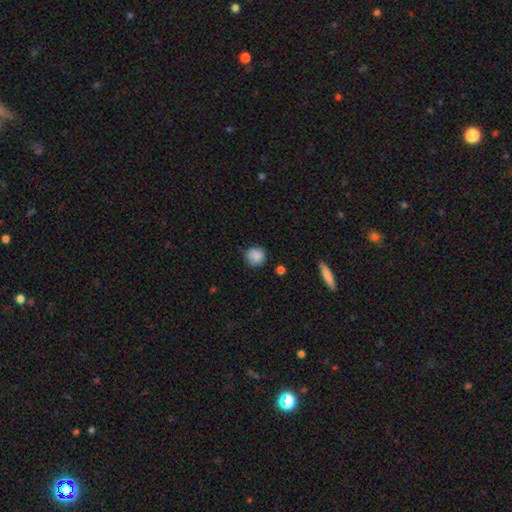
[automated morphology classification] A smooth galaxy with no disk features (87%) that is round (90%).

Vote fractions:
- Smooth or featured? smooth: 87% / star or artifact: 9% / featured or disk: 4%
- How rounded? round: 90% / in between: 9% / cigar-shaped: 1%
- Merging? none: 82% / minor disturbance: 13% / major disturbance: 3% / merger: 2%